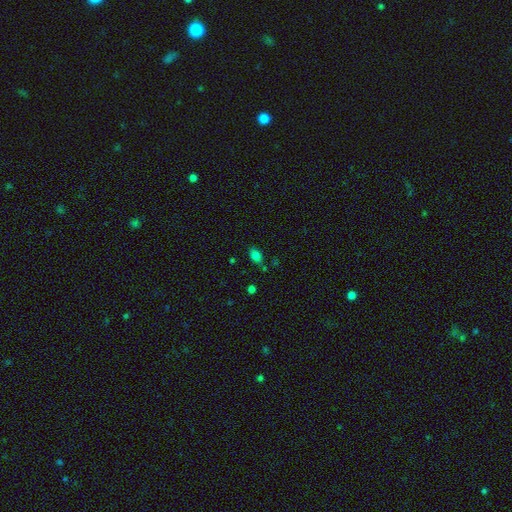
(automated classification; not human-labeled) smooth-or-featured: smooth: 78% | star or artifact: 16% | featured or disk: 6%
  how-rounded: in between: 80% | round: 18% | cigar-shaped: 2%
  merging: none: 71% | minor disturbance: 17% | merger: 7% | major disturbance: 5%